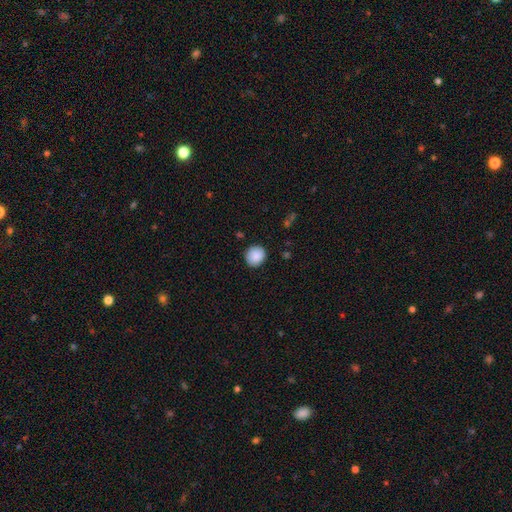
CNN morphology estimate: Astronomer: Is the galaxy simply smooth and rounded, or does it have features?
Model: smooth — 89%.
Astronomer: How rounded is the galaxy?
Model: round — 87%.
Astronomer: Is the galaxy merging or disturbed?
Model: none — 88%.